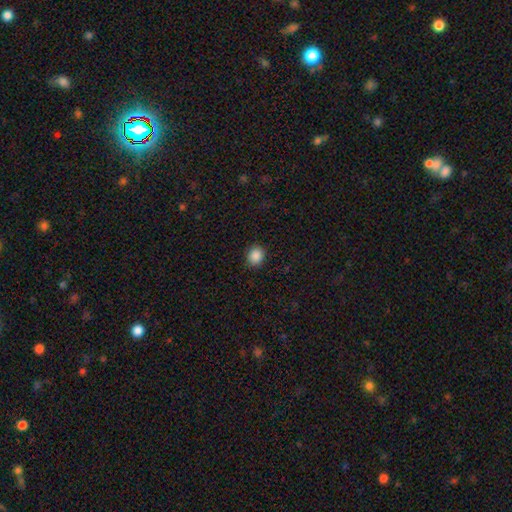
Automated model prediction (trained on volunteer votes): smooth-or-featured: smooth: 88% | star or artifact: 10% | featured or disk: 3%
  how-rounded: round: 78% | in between: 21% | cigar-shaped: 1%
  merging: none: 91% | minor disturbance: 6% | major disturbance: 2% | merger: 1%